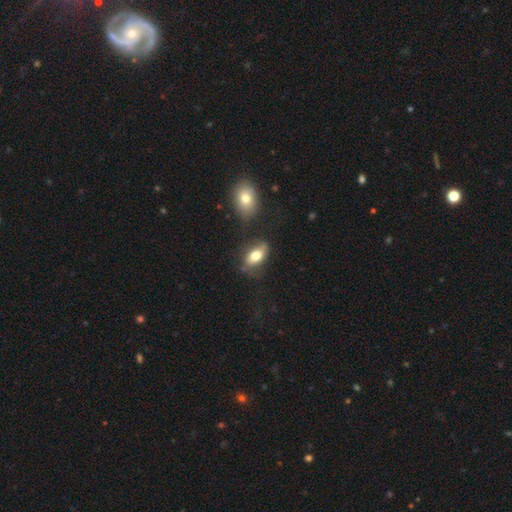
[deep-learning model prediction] Overall: smooth (73%). How rounded: in between (88%). Merging: none (63%).